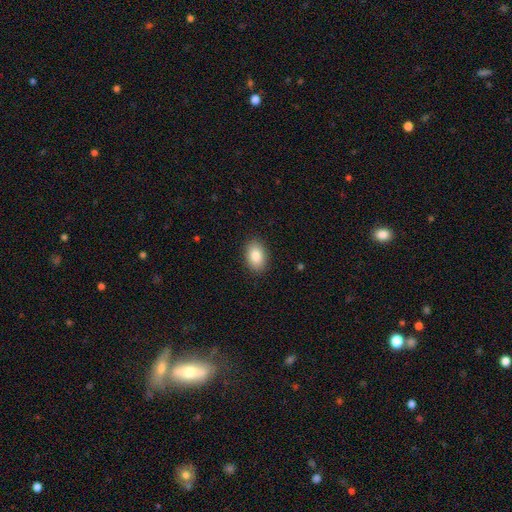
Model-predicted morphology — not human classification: smooth-or-featured: smooth: 87% | star or artifact: 7% | featured or disk: 6%
  how-rounded: in between: 88% | round: 10% | cigar-shaped: 1%
  merging: none: 88% | minor disturbance: 8% | major disturbance: 2% | merger: 1%